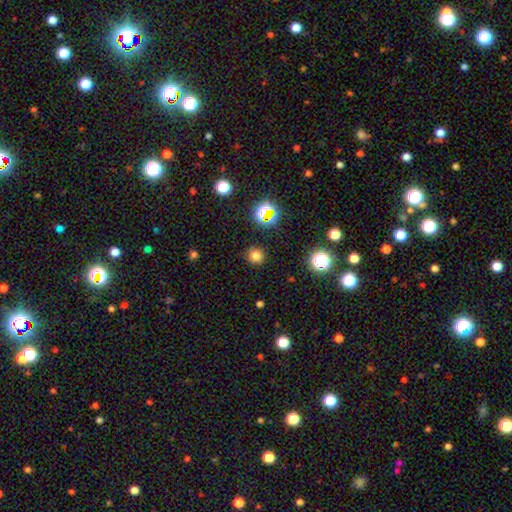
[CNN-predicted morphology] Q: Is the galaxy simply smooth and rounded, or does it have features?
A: smooth — 74%.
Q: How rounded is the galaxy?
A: round — 91%.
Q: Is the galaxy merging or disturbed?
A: none — 89%.